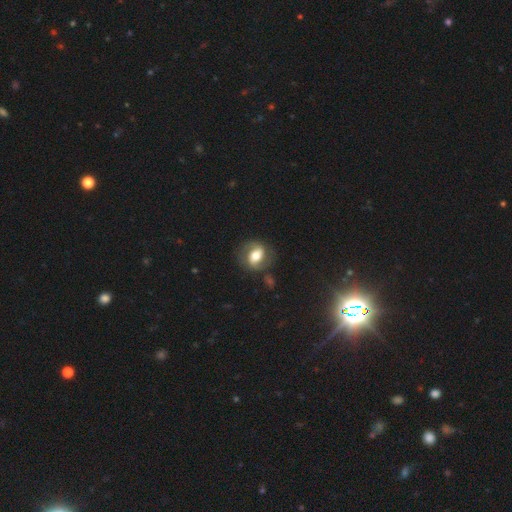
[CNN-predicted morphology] Smooth or featured? featured or disk (65%)
Edge-on disk? no (96%)
Bar? weak (38%)
Spiral arms? yes (82%)
Spiral winding? medium (49%)
Spiral arm count? 2 (88%)
Bulge size? moderate (61%)
Merging? none (74%)